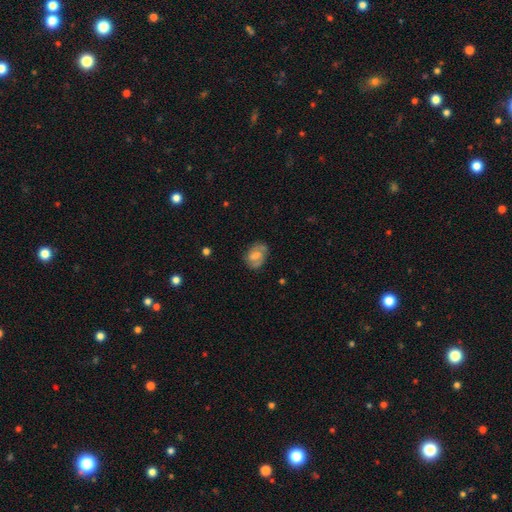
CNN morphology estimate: Overall: featured or disk (51%; smooth 41%). Edge-on disk: no (97%). Merging: none (69%).